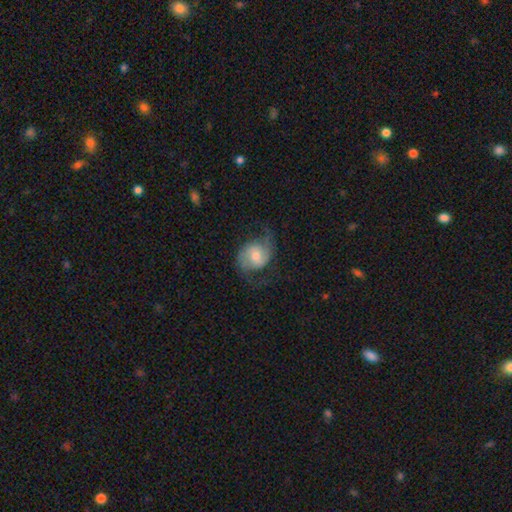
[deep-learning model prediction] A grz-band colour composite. It shows a featured or disk galaxy (75%) with no bar (52%), 2 (90%) loose (48%) spiral arms (94%) and a moderate central bulge (62%). Merging: none (66%).